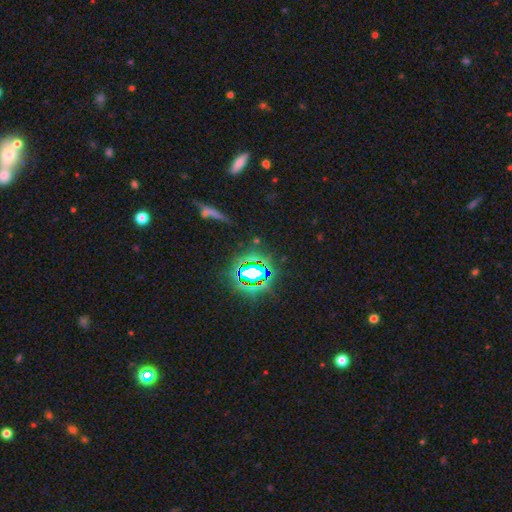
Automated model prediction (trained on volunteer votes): smooth-or-featured: star or artifact: 76% | smooth: 15% | featured or disk: 9%